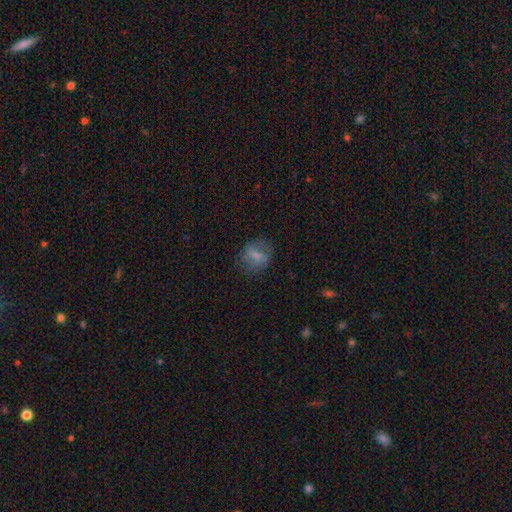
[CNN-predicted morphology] Smooth or featured? smooth (62%)
How rounded? round (52%)
Merging? none (69%)